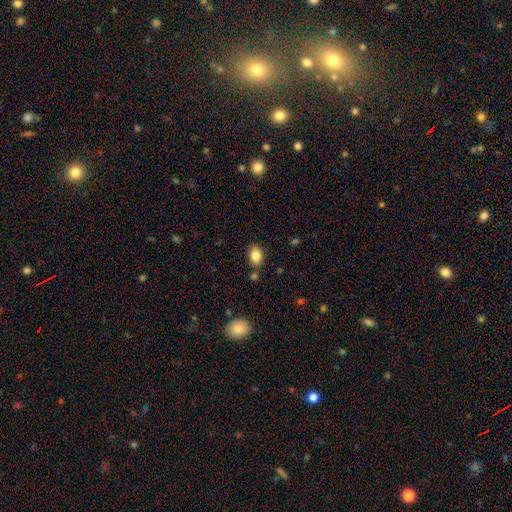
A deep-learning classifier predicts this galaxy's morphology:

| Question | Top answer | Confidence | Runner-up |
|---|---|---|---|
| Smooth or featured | smooth | 85% | star or artifact (9%) |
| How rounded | in between | 79% | round (19%) |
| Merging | none | 80% | minor disturbance (12%) |